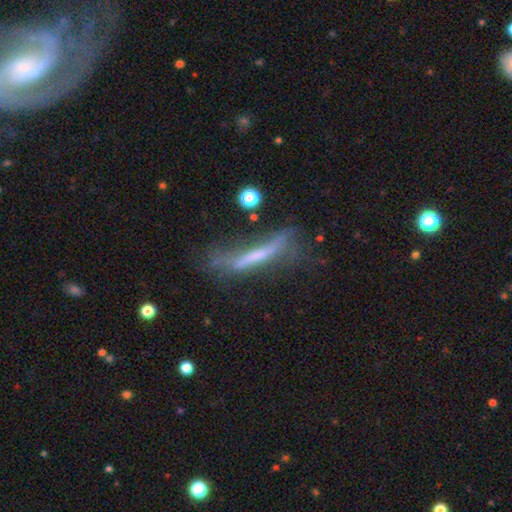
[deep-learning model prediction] featured or disk 53%, smooth 36%, star or artifact 10%. Down the decision tree: edge-on disk — yes (70%); merging — none (41%).